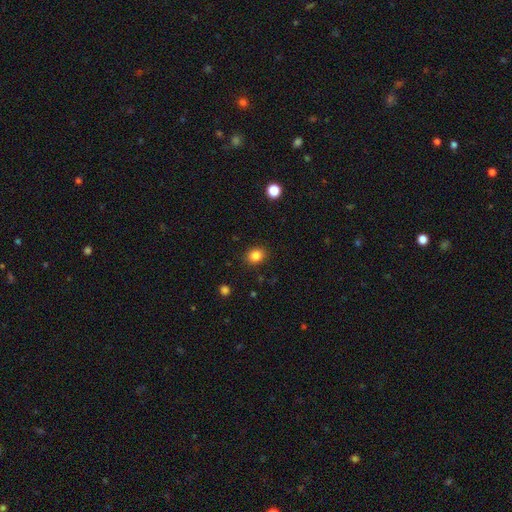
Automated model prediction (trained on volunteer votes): Smooth or featured? Predicted: smooth (p=0.85). How rounded? Predicted: round (p=0.64). Merging? Predicted: none (p=0.89).